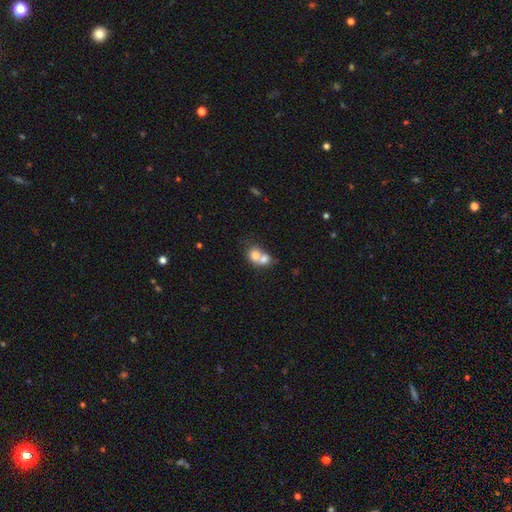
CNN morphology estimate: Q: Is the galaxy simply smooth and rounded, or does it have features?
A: smooth — 71%.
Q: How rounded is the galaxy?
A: round — 63%.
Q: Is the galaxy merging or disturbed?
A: merger — 72%.